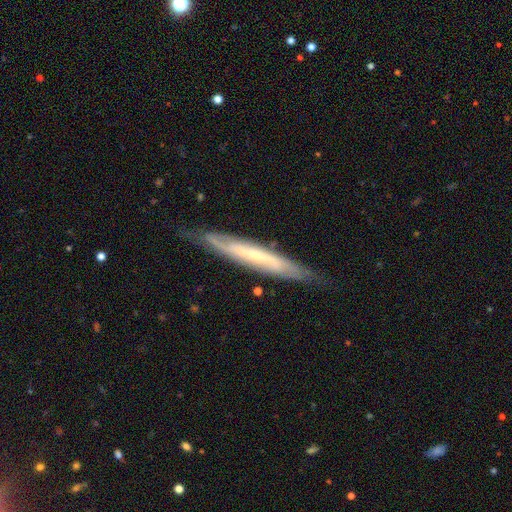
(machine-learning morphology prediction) Q: Smooth or featured?
A: featured or disk (68%); runner-up: smooth (26%)
Q: Edge-on disk?
A: yes (69%); runner-up: no (31%)
Q: Merging?
A: none (77%); runner-up: minor disturbance (18%)